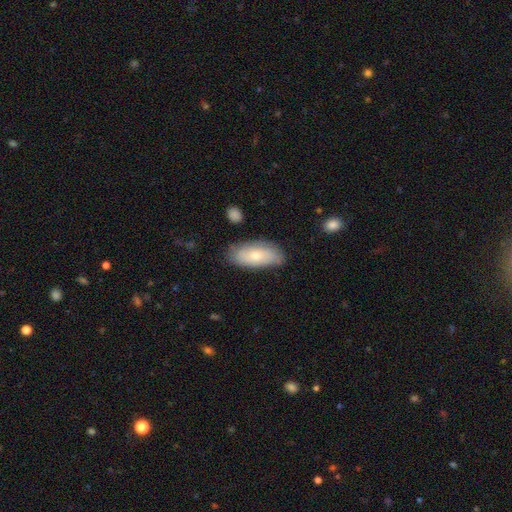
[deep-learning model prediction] Overall: smooth (67%; featured or disk 27%). How rounded: in between (88%). Merging: none (75%).